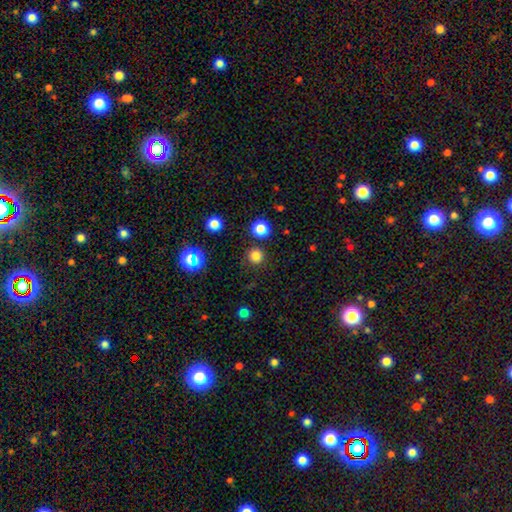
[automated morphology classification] This appears to be a smooth galaxy with no disk features (76%) that is round (95%). Merging: none (87%).